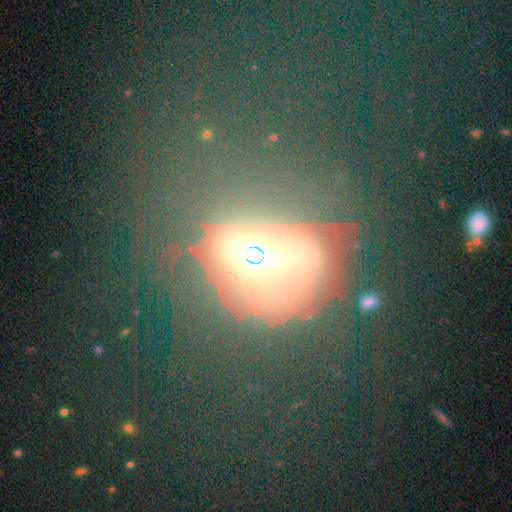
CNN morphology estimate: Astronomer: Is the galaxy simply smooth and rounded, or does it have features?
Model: featured or disk — 40% (runner-up: smooth, 37%).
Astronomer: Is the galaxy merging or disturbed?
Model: none — 35% (runner-up: major disturbance, 33%).